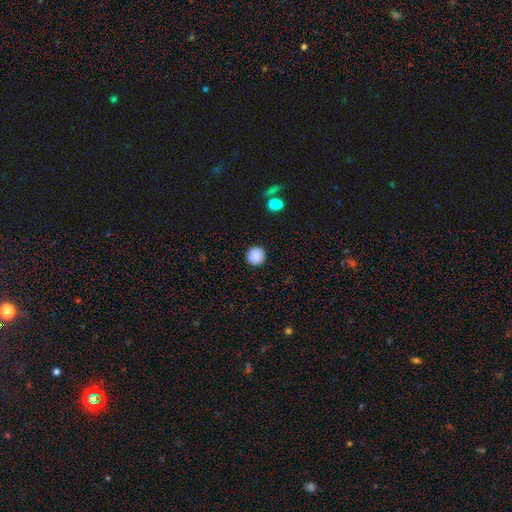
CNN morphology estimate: Smooth or featured? smooth (88%)
How rounded? round (95%)
Merging? none (91%)